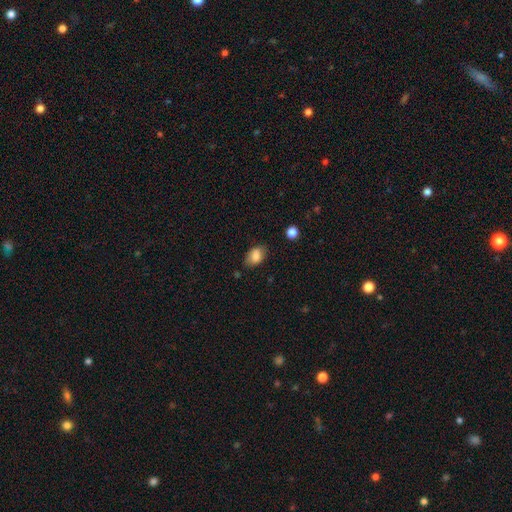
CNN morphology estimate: A smooth galaxy with no disk features (82%) that is in between round and cigar-shaped (87%).

Vote fractions:
- Smooth or featured? smooth: 82% / featured or disk: 9% / star or artifact: 8%
- How rounded? in between: 87% / round: 12% / cigar-shaped: 1%
- Merging? none: 75% / minor disturbance: 18% / major disturbance: 4% / merger: 2%